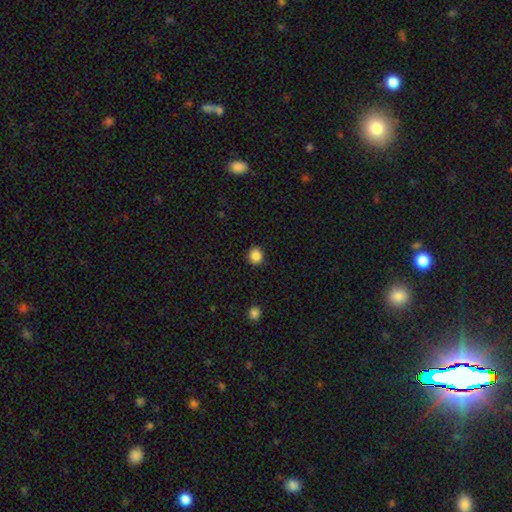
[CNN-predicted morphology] Smooth or featured?
  - smooth: 87% *
  - star or artifact: 10%
  - featured or disk: 3%
How rounded?
  - round: 85% *
  - in between: 14%
  - cigar-shaped: 1%
Merging?
  - none: 90% *
  - minor disturbance: 7%
  - major disturbance: 2%
  - merger: 1%